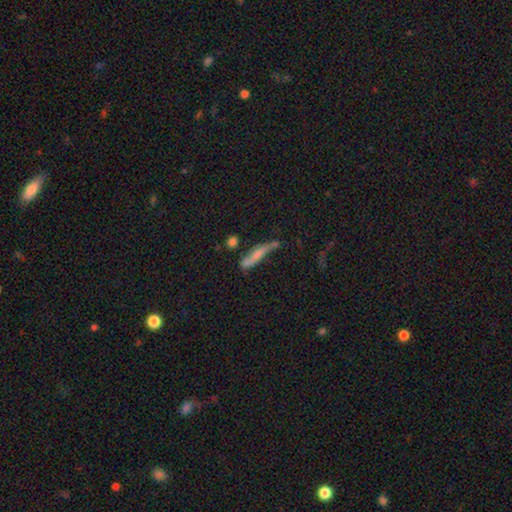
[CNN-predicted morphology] Smooth or featured: smooth — 56% (featured or disk — 35%)
How rounded: cigar-shaped — 83% (in between — 14%)
Merging: none — 48% (minor disturbance — 23%)